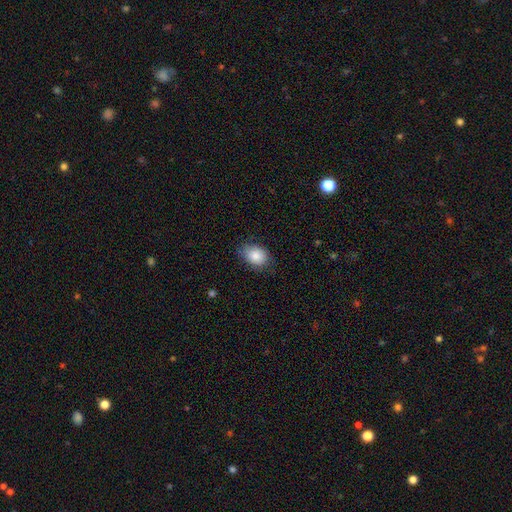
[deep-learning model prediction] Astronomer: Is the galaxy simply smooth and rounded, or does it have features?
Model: smooth — 85%.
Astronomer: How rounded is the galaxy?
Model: in between — 70%.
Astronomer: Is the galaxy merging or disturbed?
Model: none — 74%.